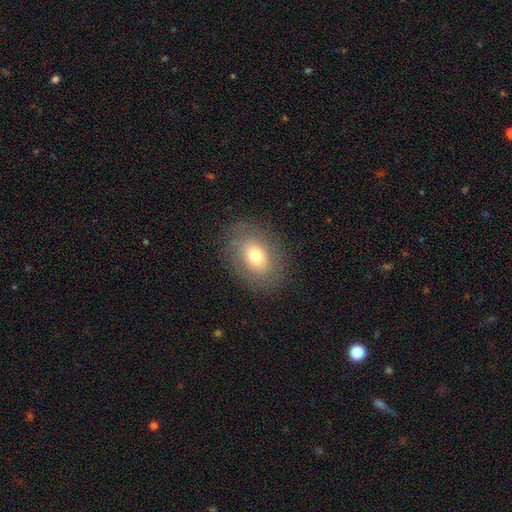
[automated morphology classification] Smooth or featured? Predicted: smooth (p=0.71). How rounded? Predicted: in between (p=0.73). Merging? Predicted: none (p=0.84).